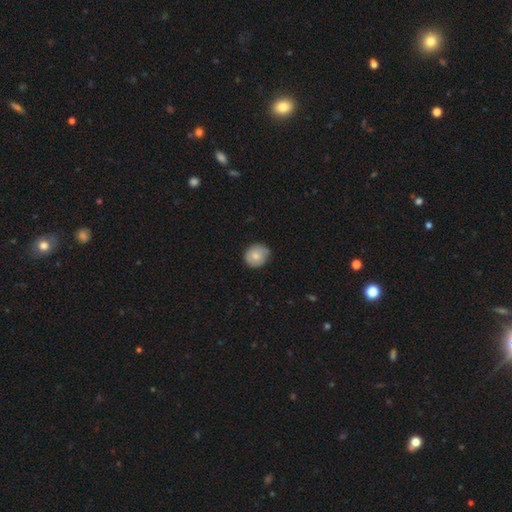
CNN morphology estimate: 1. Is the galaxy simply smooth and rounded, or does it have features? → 76% smooth, 17% featured or disk, 7% star or artifact.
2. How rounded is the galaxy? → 83% round, 17% in between, 1% cigar-shaped.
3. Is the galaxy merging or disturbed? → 68% none, 27% minor disturbance, 4% major disturbance, 1% merger.